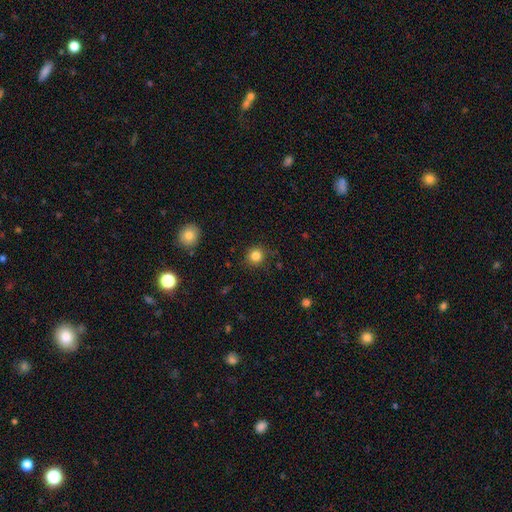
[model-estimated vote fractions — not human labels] smooth_or_featured: smooth (p=0.84) [alt: star or artifact p=0.12]
how_rounded: round (p=0.91) [alt: in between p=0.08]
merging: none (p=0.85) [alt: minor disturbance p=0.10]